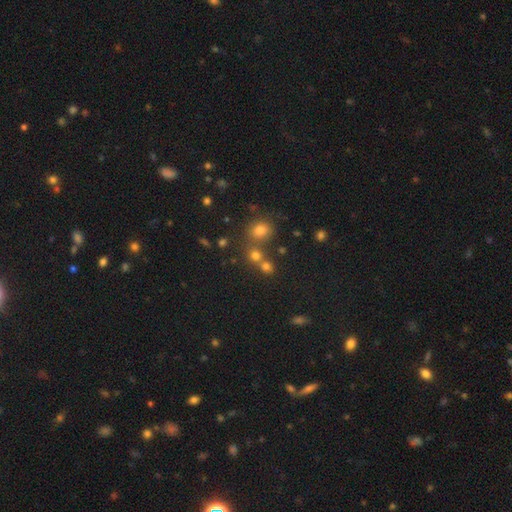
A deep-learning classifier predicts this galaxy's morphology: type=smooth (70%); roundness=round (83%); merging=none (56%).